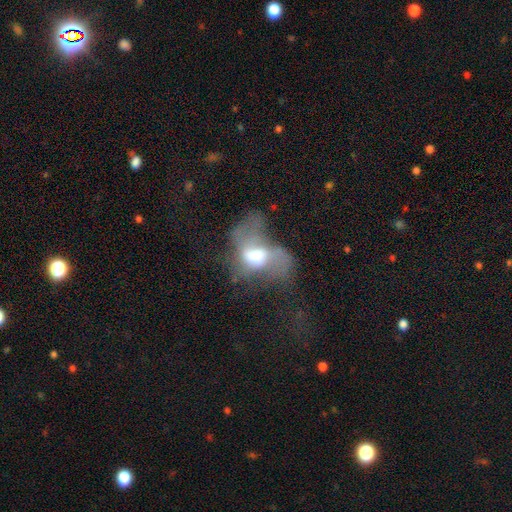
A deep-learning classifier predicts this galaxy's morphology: Smooth or featured? Predicted: featured or disk (p=0.52). Edge-on disk? Predicted: no (p=0.95). Merging? Predicted: major disturbance (p=0.55).